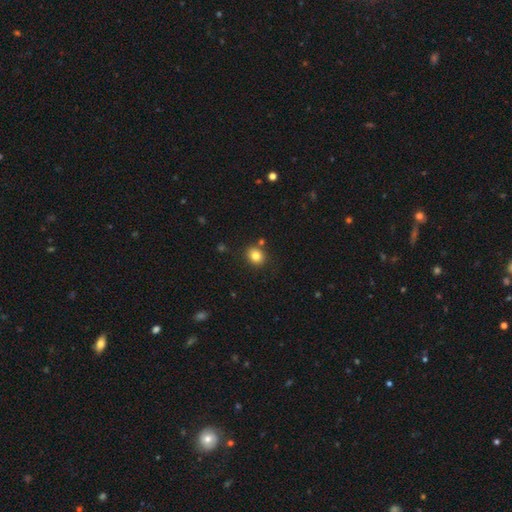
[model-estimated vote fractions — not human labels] smooth 81%, star or artifact 11%, featured or disk 8%. Down the decision tree: how rounded — round (62%); merging — none (82%).